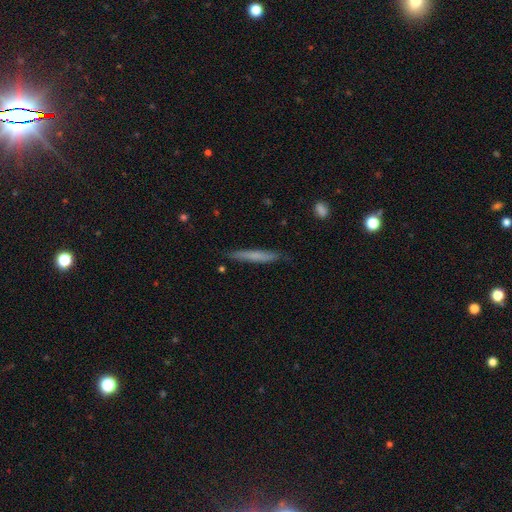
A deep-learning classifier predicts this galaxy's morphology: smooth 64%, featured or disk 30%, star or artifact 6%. Down the decision tree: how rounded — cigar-shaped (95%); merging — none (85%).